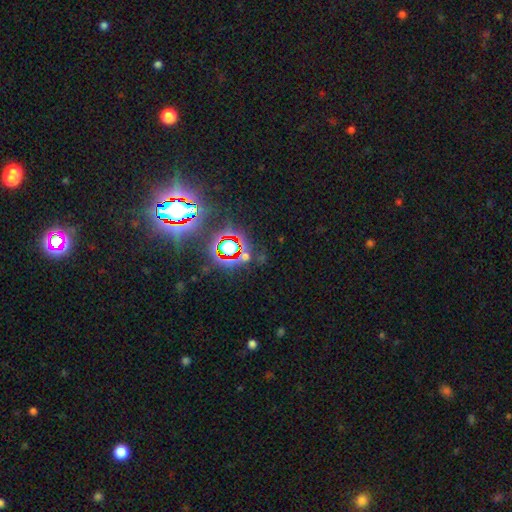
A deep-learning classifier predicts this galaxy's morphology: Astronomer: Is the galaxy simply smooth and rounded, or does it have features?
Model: star or artifact — 82%.